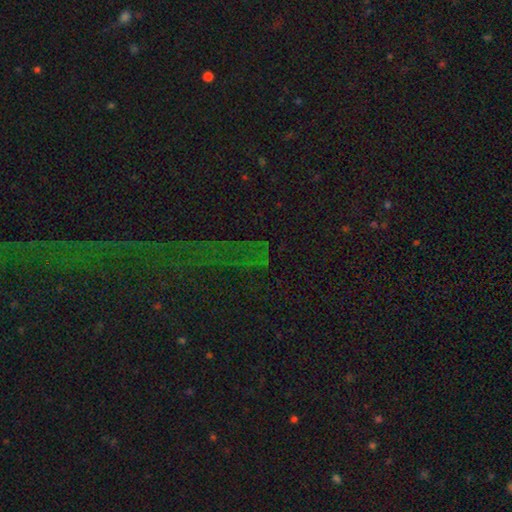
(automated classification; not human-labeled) Smooth or featured? Predicted: star or artifact (p=0.77).